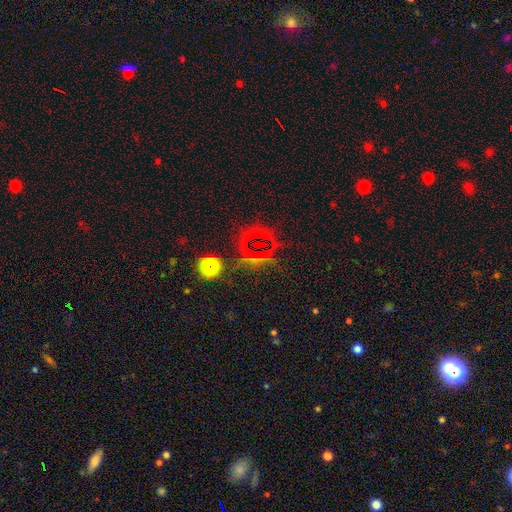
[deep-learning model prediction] This appears to be a star or artifact, not a galaxy (78%).